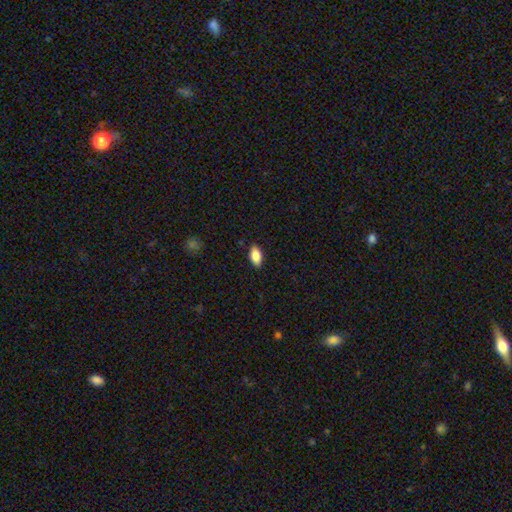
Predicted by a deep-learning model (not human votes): Q: Smooth or featured?
A: smooth (84%); runner-up: featured or disk (9%)
Q: How rounded?
A: in between (91%); runner-up: cigar-shaped (5%)
Q: Merging?
A: none (87%); runner-up: minor disturbance (10%)